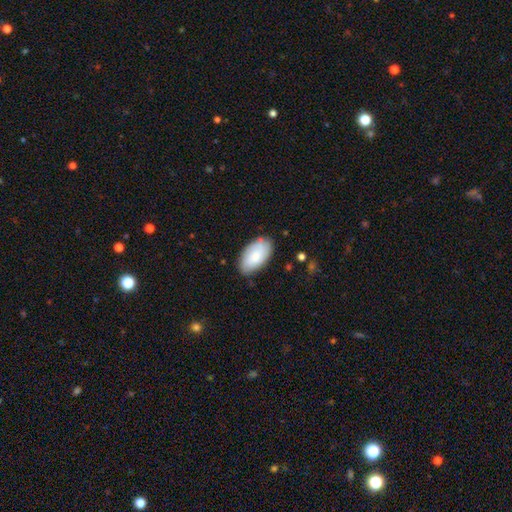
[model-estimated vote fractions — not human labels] smooth_or_featured: smooth (p=0.82) [alt: featured or disk p=0.13]
how_rounded: in between (p=0.96) [alt: round p=0.03]
merging: none (p=0.80) [alt: minor disturbance p=0.16]